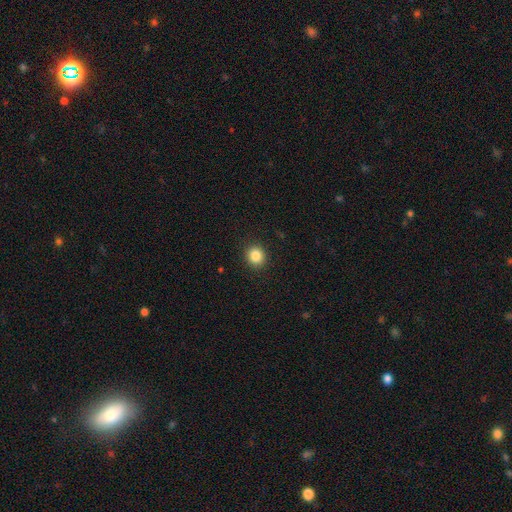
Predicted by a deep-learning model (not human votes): A smooth galaxy with no disk features (85%) that is round (84%). Merging: none (91%).